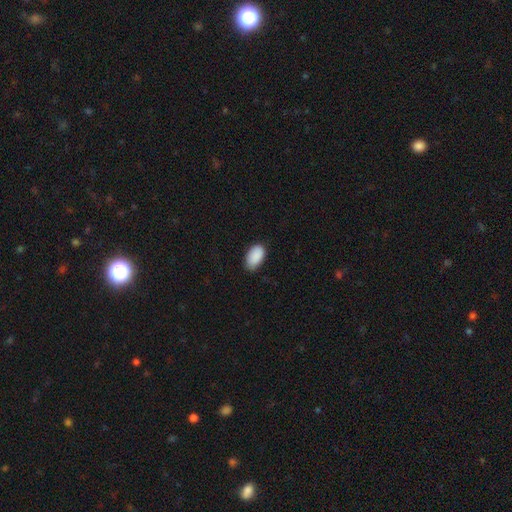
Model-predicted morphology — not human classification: A smooth galaxy with no disk features (90%) that is in between round and cigar-shaped (95%). Merging: none (77%).